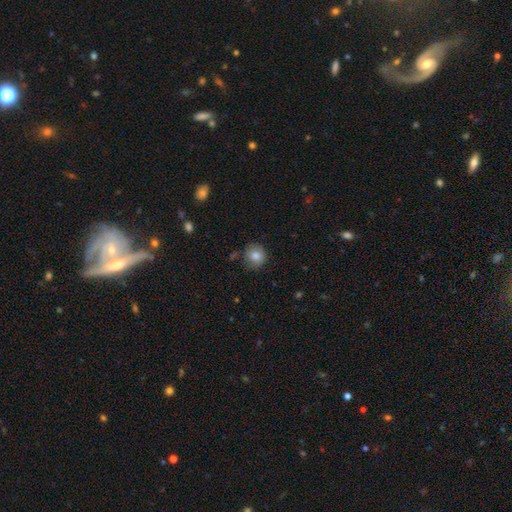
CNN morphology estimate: Smooth or featured?
  - smooth: 82% *
  - star or artifact: 9%
  - featured or disk: 9%
How rounded?
  - round: 86% *
  - in between: 13%
  - cigar-shaped: 1%
Merging?
  - none: 79% *
  - minor disturbance: 15%
  - major disturbance: 3%
  - merger: 2%